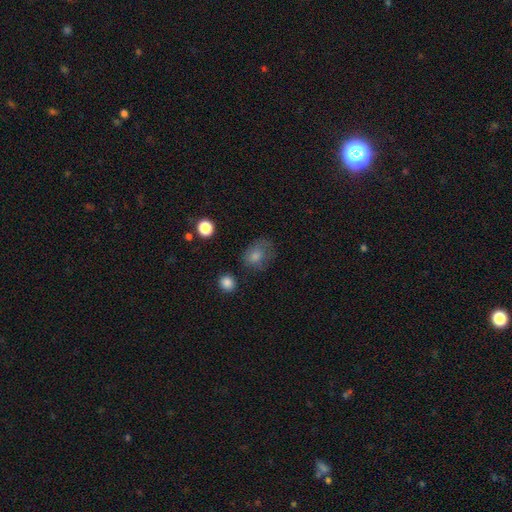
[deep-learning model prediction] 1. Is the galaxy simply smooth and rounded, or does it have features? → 75% smooth, 14% featured or disk, 11% star or artifact.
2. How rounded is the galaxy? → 51% in between, 48% round, 1% cigar-shaped.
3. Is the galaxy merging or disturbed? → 47% none, 28% minor disturbance, 22% major disturbance, 3% merger.